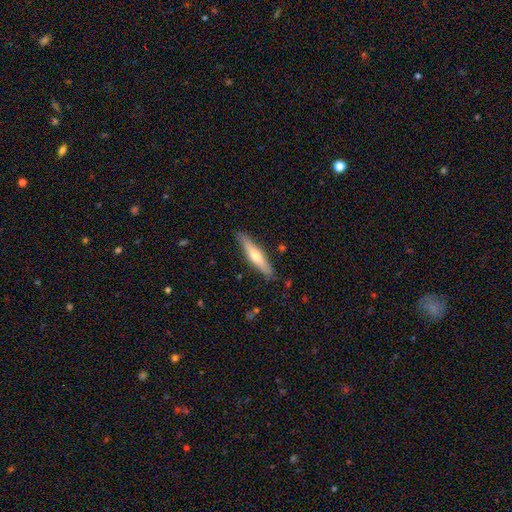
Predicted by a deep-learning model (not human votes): This appears to be a smooth galaxy with no disk features (48%). Merging: none (86%).